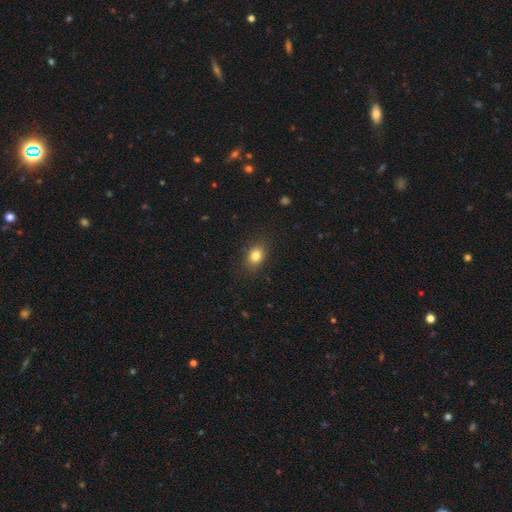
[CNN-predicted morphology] A smooth galaxy with no disk features (82%) that is in between round and cigar-shaped (61%).

Vote fractions:
- Smooth or featured? smooth: 82% / star or artifact: 11% / featured or disk: 7%
- How rounded? in between: 61% / round: 37% / cigar-shaped: 1%
- Merging? none: 85% / minor disturbance: 11% / major disturbance: 3% / merger: 1%